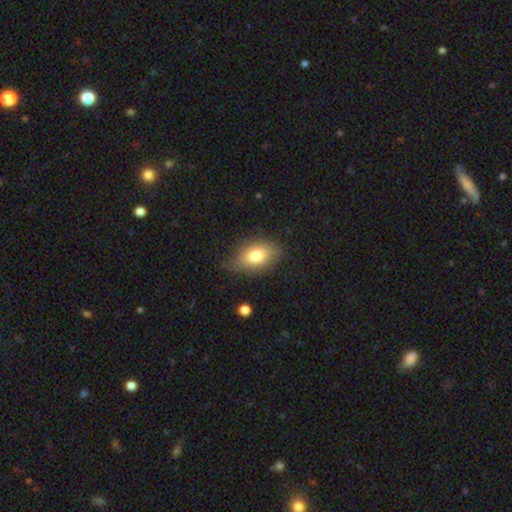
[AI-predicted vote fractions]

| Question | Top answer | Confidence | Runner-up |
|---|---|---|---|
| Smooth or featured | smooth | 76% | featured or disk (16%) |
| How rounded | in between | 85% | round (12%) |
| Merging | none | 70% | minor disturbance (23%) |